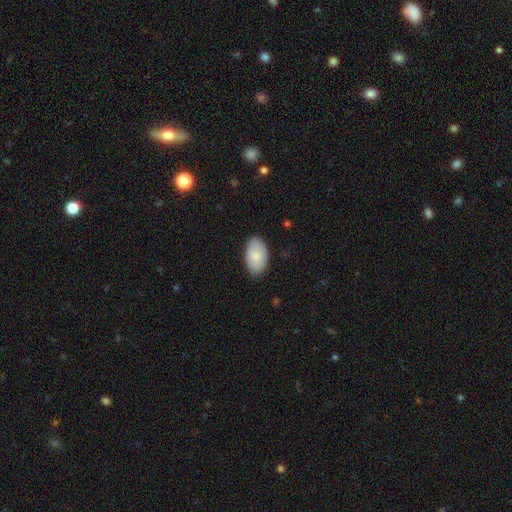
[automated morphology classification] type=smooth (85%); roundness=in between (94%); merging=none (85%).